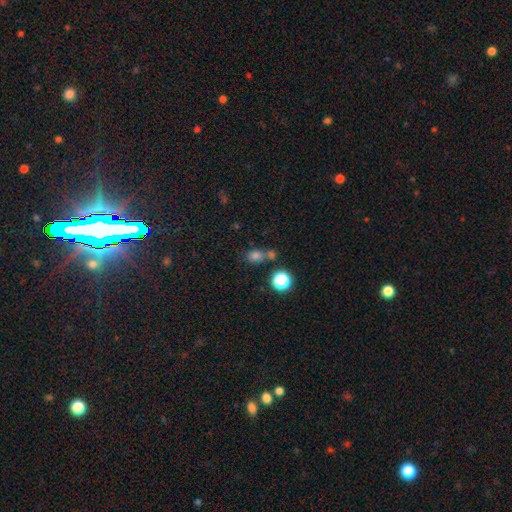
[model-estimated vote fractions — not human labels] smooth-or-featured: smooth: 73% | star or artifact: 20% | featured or disk: 7%
  how-rounded: in between: 52% | round: 46% | cigar-shaped: 2%
  merging: none: 57% | merger: 26% | minor disturbance: 12% | major disturbance: 5%